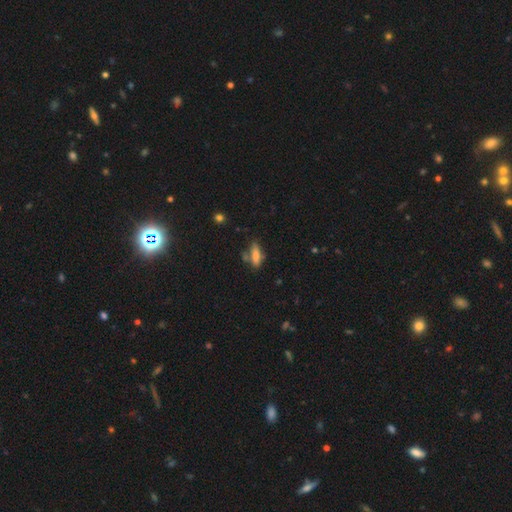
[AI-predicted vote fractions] smooth-or-featured: smooth: 70% | featured or disk: 22% | star or artifact: 9%
  how-rounded: cigar-shaped: 50% | in between: 47% | round: 3%
  merging: none: 62% | minor disturbance: 20% | merger: 12% | major disturbance: 6%